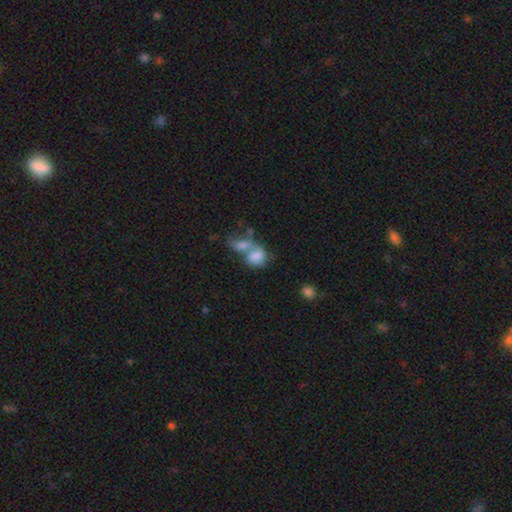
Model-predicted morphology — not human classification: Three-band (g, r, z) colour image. It shows a smooth galaxy with no disk features (69%) that is in between round and cigar-shaped (61%). Merging: merger (71%).